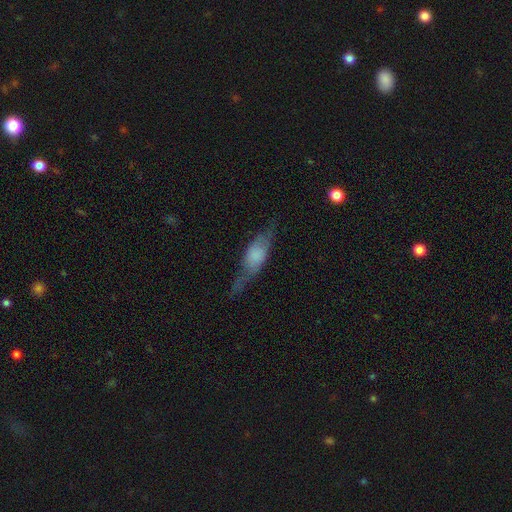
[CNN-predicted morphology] This is possibly a featured or disk galaxy (47%). Merging: likely none (60%).